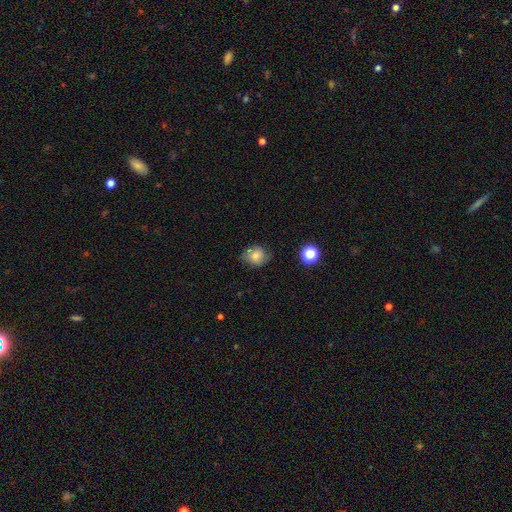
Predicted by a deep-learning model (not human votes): Smooth or featured: smooth — 71% (featured or disk — 18%)
How rounded: round — 66% (in between — 33%)
Merging: none — 70% (minor disturbance — 23%)